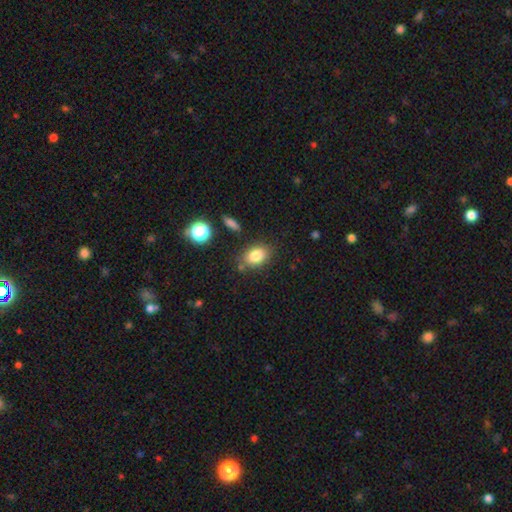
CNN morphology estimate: type=smooth (82%); roundness=in between (75%); merging=none (77%).